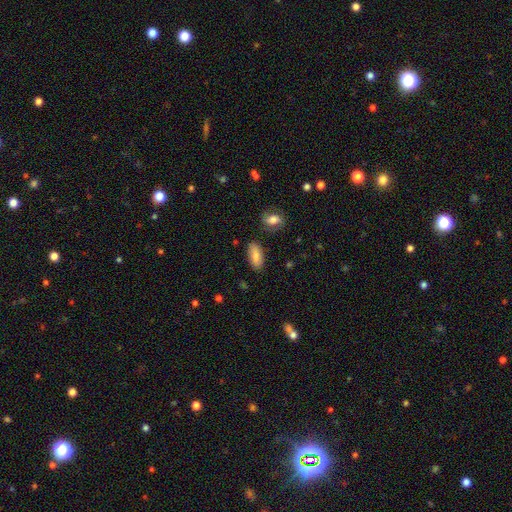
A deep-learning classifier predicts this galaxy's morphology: This is clearly a smooth galaxy (80%). How rounded: clearly in between (85%). Merging: clearly none (82%).